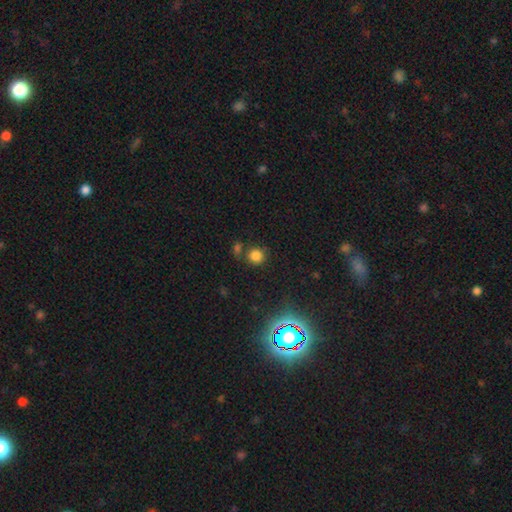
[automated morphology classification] Smooth or featured?
  - smooth: 79% *
  - star or artifact: 16%
  - featured or disk: 5%
How rounded?
  - round: 90% *
  - in between: 9%
  - cigar-shaped: 1%
Merging?
  - none: 73% *
  - merger: 13%
  - minor disturbance: 10%
  - major disturbance: 4%